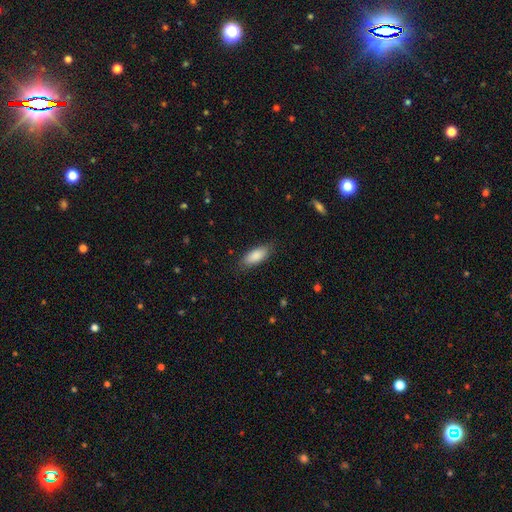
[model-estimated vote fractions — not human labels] Morphology: type=smooth (87%); roundness=in between (79%); merging=none (84%).